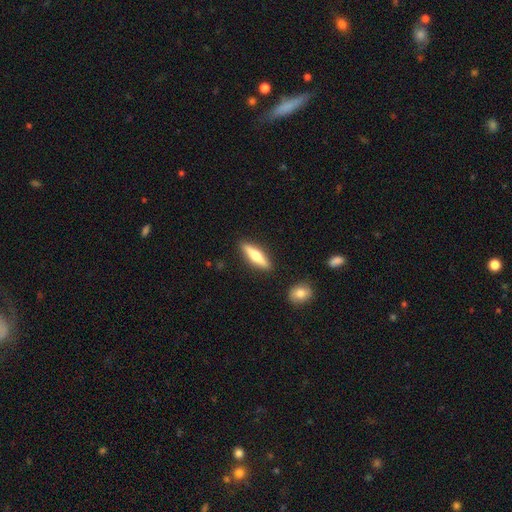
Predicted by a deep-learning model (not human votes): Smooth or featured?
  - smooth: 50% *
  - featured or disk: 44%
  - star or artifact: 5%
How rounded?
  - cigar-shaped: 73% *
  - in between: 25%
  - round: 2%
Merging?
  - none: 88% *
  - minor disturbance: 7%
  - merger: 3%
  - major disturbance: 2%